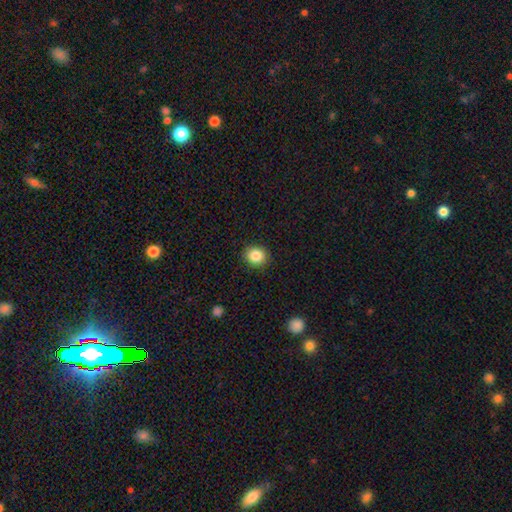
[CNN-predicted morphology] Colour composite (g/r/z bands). It shows a smooth galaxy with no disk features (86%) that is round (76%). Merging: none (90%).